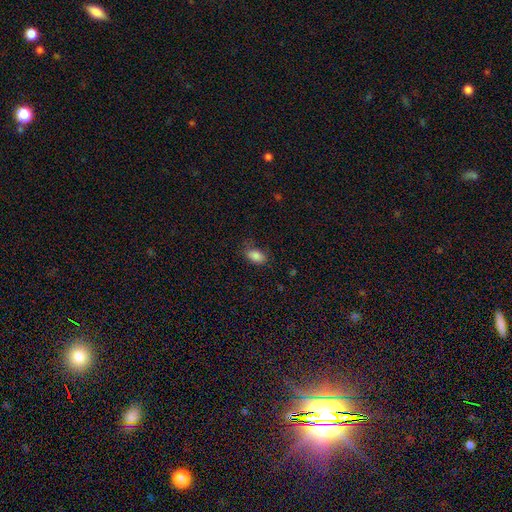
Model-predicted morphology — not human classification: This appears to be a smooth galaxy with no disk features (85%) that is in between round and cigar-shaped (89%). Merging: none (70%).